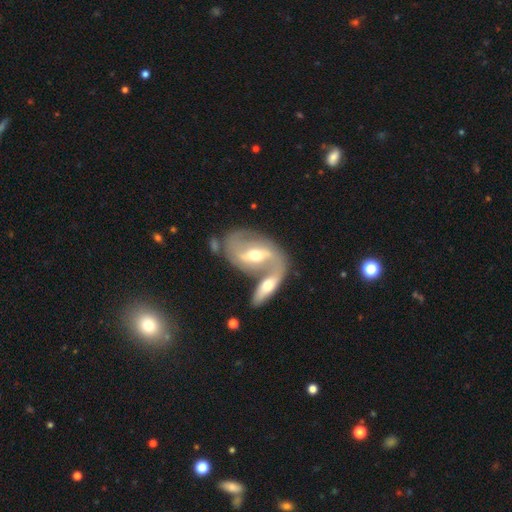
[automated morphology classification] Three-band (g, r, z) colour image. It shows a featured or disk galaxy (81%) with a weak bar (43%), 2 (81%) medium (43%) spiral arms (87%) and a moderate central bulge (70%). Merging: merger (50%).